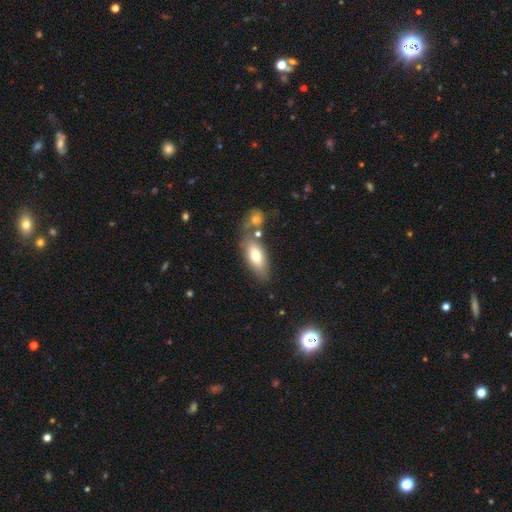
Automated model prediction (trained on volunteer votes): The model was most divided on "merging": none: 58%, merger: 24%, minor disturbance: 14%, major disturbance: 5%. More confident: how rounded — in between (82%); smooth or featured — smooth (71%).